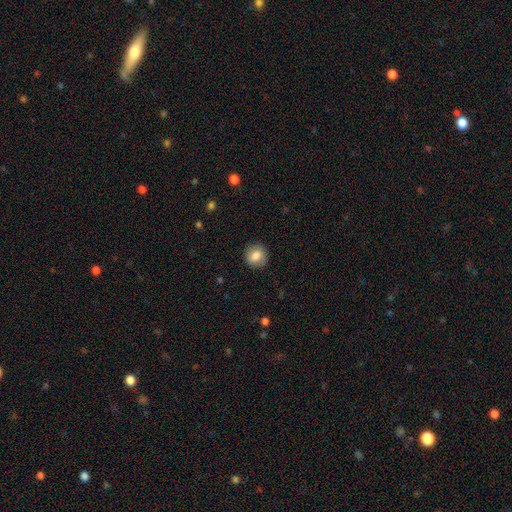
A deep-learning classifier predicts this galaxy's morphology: Q: Smooth or featured?
A: smooth (78%); runner-up: featured or disk (13%)
Q: How rounded?
A: round (85%); runner-up: in between (14%)
Q: Merging?
A: none (86%); runner-up: minor disturbance (10%)